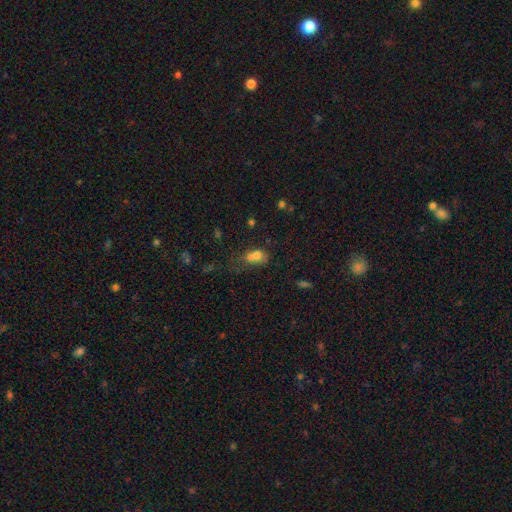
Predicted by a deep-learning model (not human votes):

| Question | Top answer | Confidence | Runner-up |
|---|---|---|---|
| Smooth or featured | smooth | 69% | featured or disk (17%) |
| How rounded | in between | 62% | round (35%) |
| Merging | merger | 49% | none (23%) |